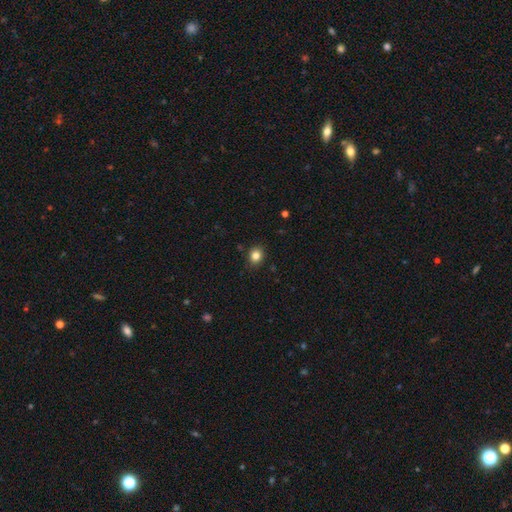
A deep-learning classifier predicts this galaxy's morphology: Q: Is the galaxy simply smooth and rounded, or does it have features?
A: smooth — 84%.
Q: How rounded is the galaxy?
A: round — 64%.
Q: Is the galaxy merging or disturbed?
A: none — 88%.